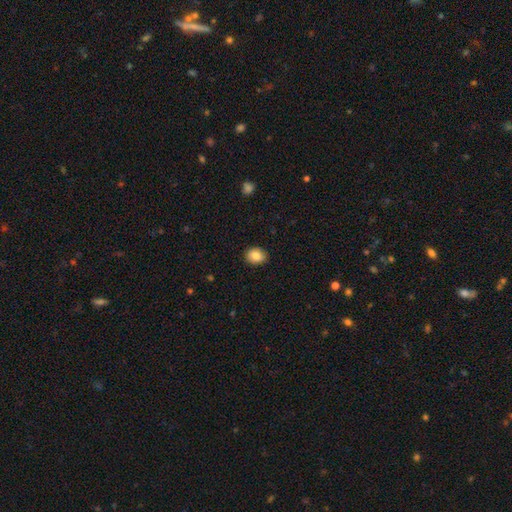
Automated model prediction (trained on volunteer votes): Q: Smooth or featured?
A: smooth (87%); runner-up: star or artifact (8%)
Q: How rounded?
A: in between (52%); runner-up: round (47%)
Q: Merging?
A: none (88%); runner-up: minor disturbance (9%)